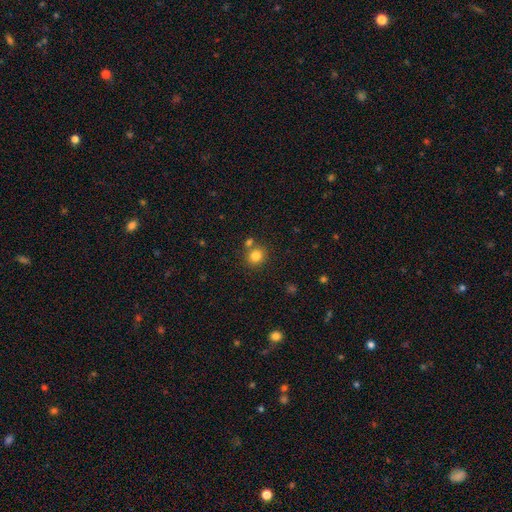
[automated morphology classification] Smooth or featured? Predicted: smooth (p=0.81). How rounded? Predicted: round (p=0.81). Merging? Predicted: none (p=0.72).